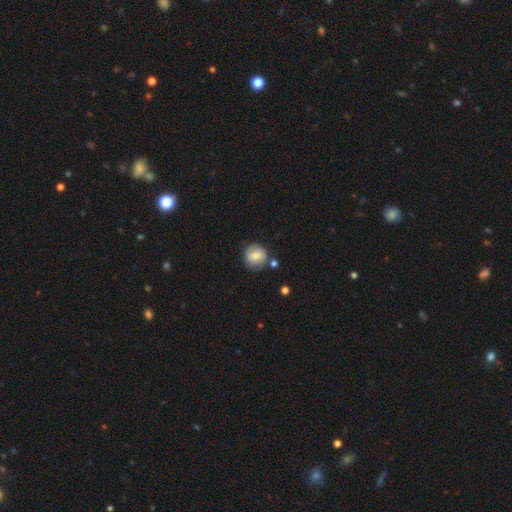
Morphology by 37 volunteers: A smooth galaxy with no disk features (84%) that is round (90%). Merging: none (77%).